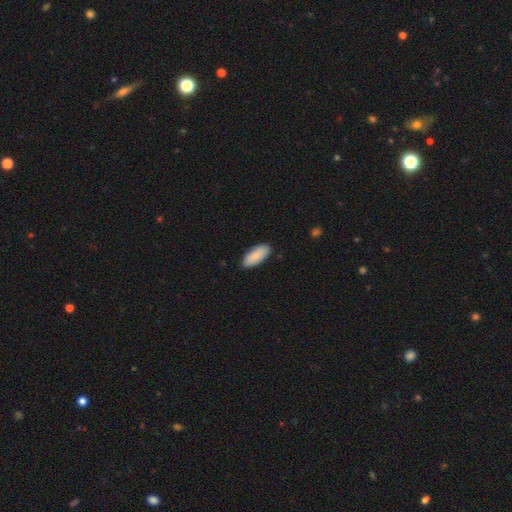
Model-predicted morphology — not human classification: The model was most divided on "how rounded": in between: 88%, cigar-shaped: 10%, round: 2%. More confident: merging — none (88%); smooth or featured — smooth (87%).